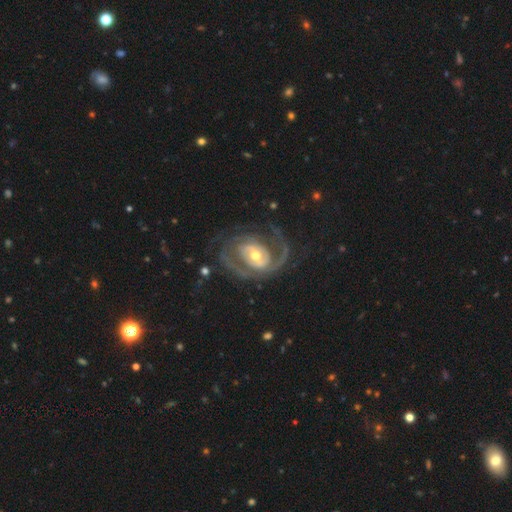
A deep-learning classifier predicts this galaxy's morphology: Smooth or featured: featured or disk — 88% (smooth — 7%)
Edge-on disk: no — 97% (yes — 3%)
Bar: no — 50% (weak — 34%)
Spiral arms: yes — 92% (no — 8%)
Spiral winding: medium — 43% (tight — 35%)
Spiral arm count: 2 — 55% (can't tell — 14%)
Bulge size: moderate — 64% (small — 26%)
Merging: none — 57% (major disturbance — 24%)